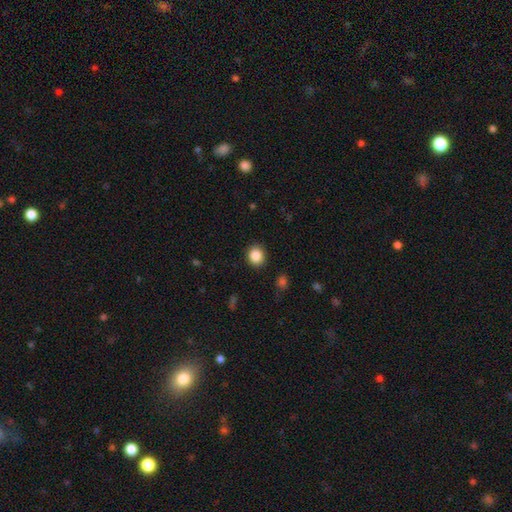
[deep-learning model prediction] Q: Smooth or featured?
A: smooth (87%); runner-up: star or artifact (9%)
Q: How rounded?
A: round (81%); runner-up: in between (18%)
Q: Merging?
A: none (89%); runner-up: minor disturbance (7%)